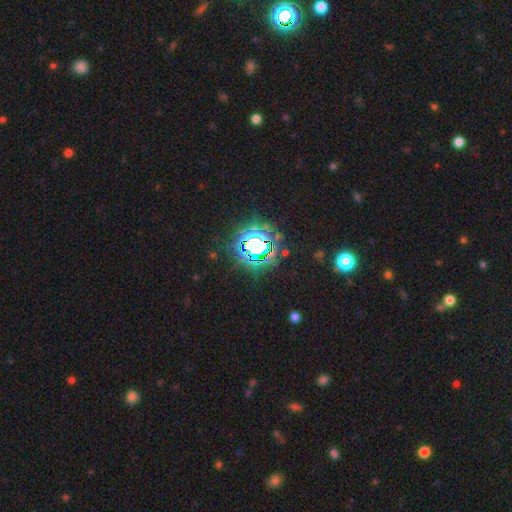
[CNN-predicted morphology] star or artifact 75%, smooth 15%, featured or disk 10%.